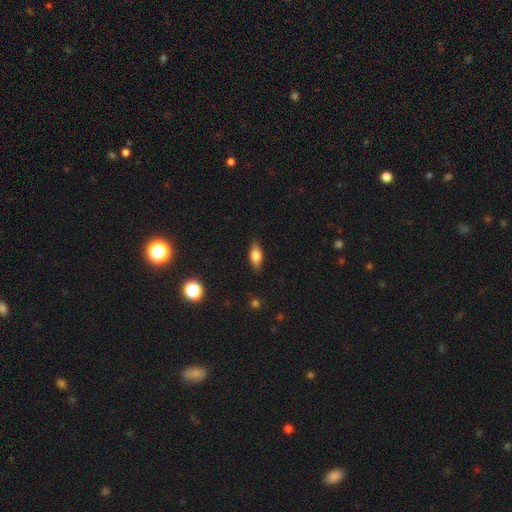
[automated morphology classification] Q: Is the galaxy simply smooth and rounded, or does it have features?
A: smooth — 67%.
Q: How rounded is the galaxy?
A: in between — 75%.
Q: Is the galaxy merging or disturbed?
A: none — 85%.